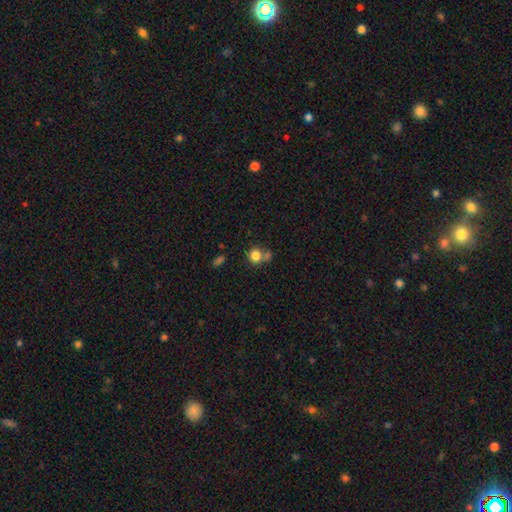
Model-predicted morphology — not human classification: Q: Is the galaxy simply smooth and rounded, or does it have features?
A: smooth — 82%.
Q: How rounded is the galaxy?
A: round — 83%.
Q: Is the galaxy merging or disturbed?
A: none — 50%.